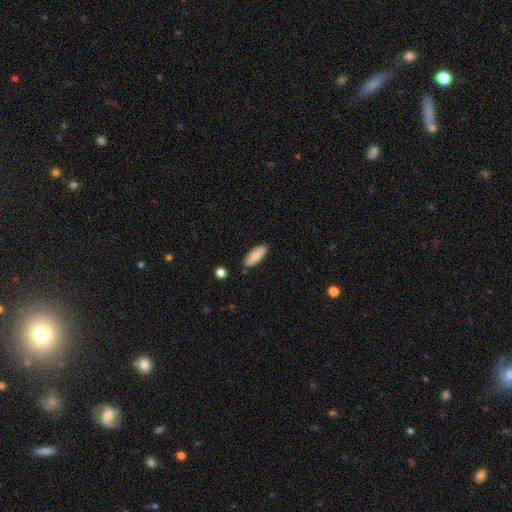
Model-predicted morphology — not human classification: The model was most divided on "how rounded": in between: 66%, cigar-shaped: 32%, round: 2%. More confident: merging — none (86%); smooth or featured — smooth (84%).